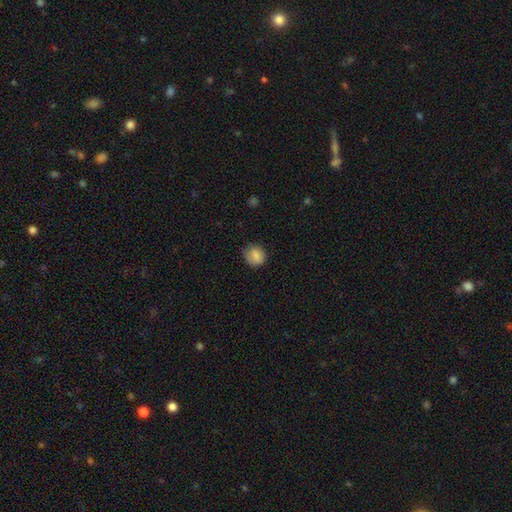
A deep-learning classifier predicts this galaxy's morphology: Overall: smooth (82%). How rounded: round (76%). Merging: none (70%).